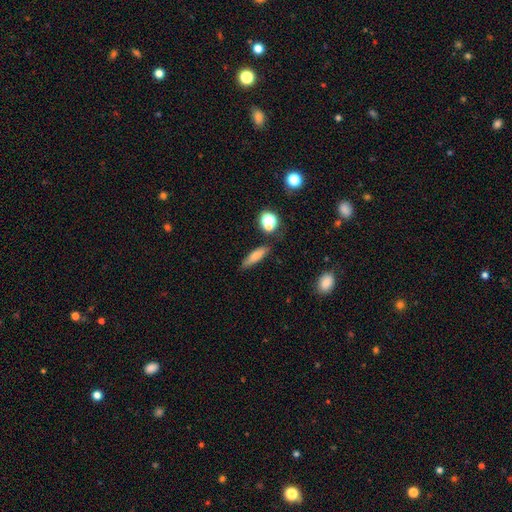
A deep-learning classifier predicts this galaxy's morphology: smooth 76%, featured or disk 13%, star or artifact 11%. Down the decision tree: how rounded — cigar-shaped (57%); merging — none (76%).